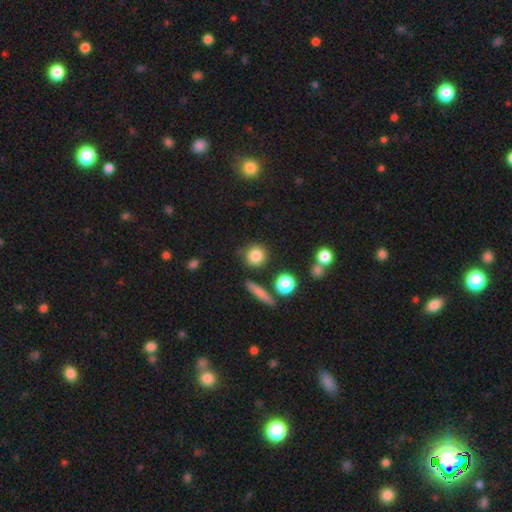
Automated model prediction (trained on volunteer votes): Smooth or featured: smooth — 83% (star or artifact — 9%)
How rounded: round — 87% (in between — 11%)
Merging: none — 80% (minor disturbance — 11%)